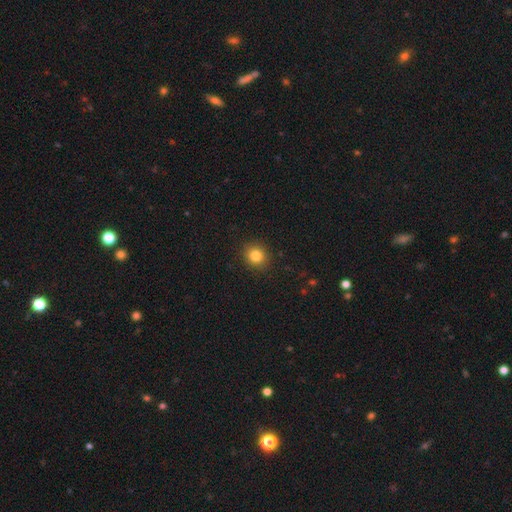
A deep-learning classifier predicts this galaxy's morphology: smooth-or-featured: smooth: 83% | star or artifact: 11% | featured or disk: 6%
  how-rounded: round: 81% | in between: 18% | cigar-shaped: 1%
  merging: none: 91% | minor disturbance: 6% | major disturbance: 2% | merger: 1%